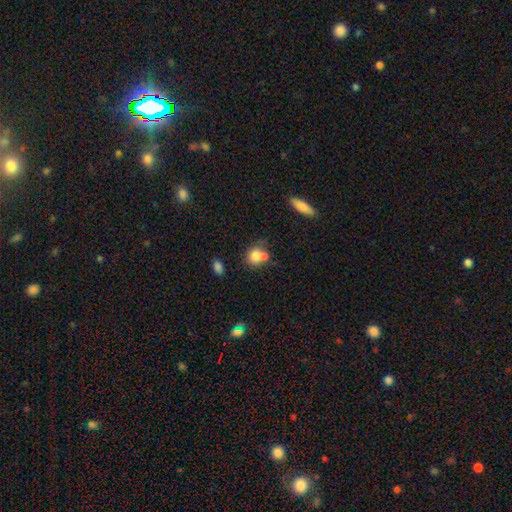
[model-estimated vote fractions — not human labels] A smooth galaxy with no disk features (77%) that is round (70%). Merging: merger (43%).